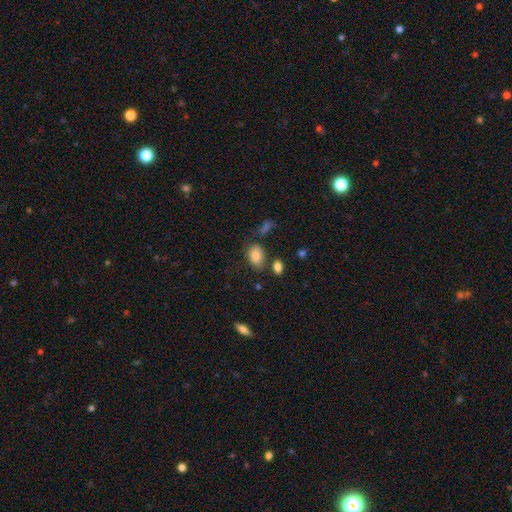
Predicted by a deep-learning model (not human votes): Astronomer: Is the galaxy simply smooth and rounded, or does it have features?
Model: smooth — 85%.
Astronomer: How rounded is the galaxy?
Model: in between — 84%.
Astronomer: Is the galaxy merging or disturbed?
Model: none — 60%.